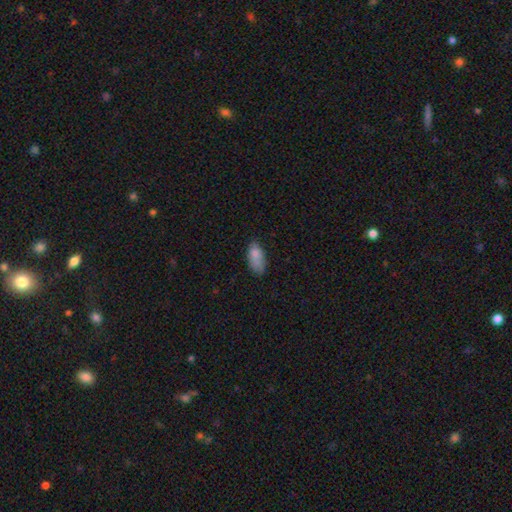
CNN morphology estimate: The model was most divided on "merging": none: 64%, minor disturbance: 27%, major disturbance: 7%, merger: 2%. More confident: how rounded — in between (89%); smooth or featured — smooth (83%).